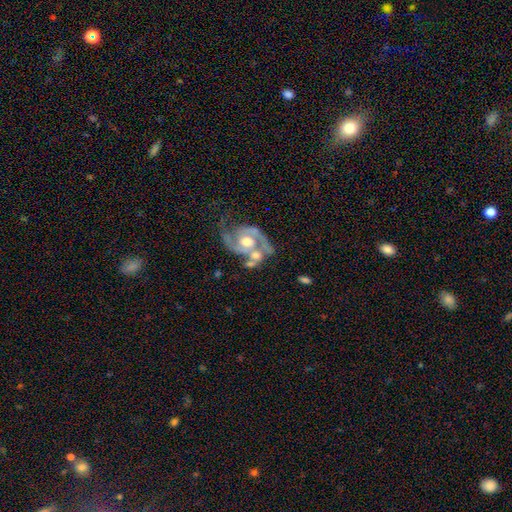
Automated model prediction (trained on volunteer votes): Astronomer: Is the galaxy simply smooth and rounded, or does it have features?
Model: featured or disk — 88%.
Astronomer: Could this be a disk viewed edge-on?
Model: no — 98%.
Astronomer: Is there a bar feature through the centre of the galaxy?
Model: no — 54% (runner-up: weak, 35%).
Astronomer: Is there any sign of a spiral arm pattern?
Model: yes — 96%.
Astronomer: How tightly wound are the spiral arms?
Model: medium — 54% (runner-up: tight, 30%).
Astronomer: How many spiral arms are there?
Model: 2 — 83%.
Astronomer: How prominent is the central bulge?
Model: moderate — 73%.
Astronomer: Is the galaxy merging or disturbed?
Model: none — 36% (runner-up: merger, 30%).